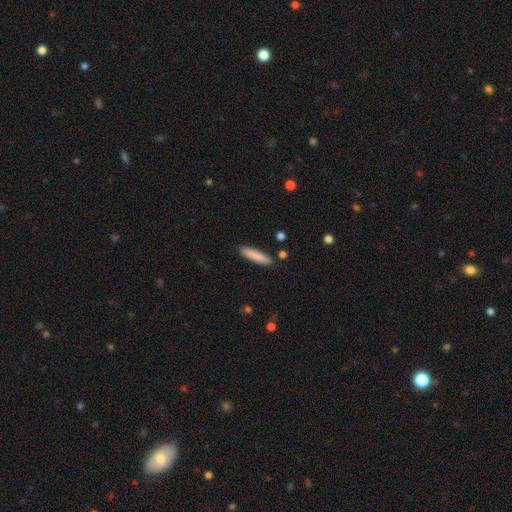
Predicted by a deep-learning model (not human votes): This is clearly a smooth galaxy (85%). How rounded: clearly cigar-shaped (85%). Merging: clearly none (88%).